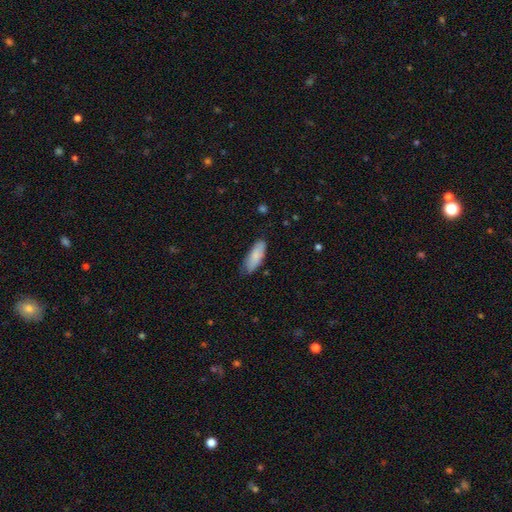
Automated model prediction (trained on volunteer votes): Overall: smooth (84%). How rounded: in between (69%; cigar-shaped 29%). Merging: none (76%).